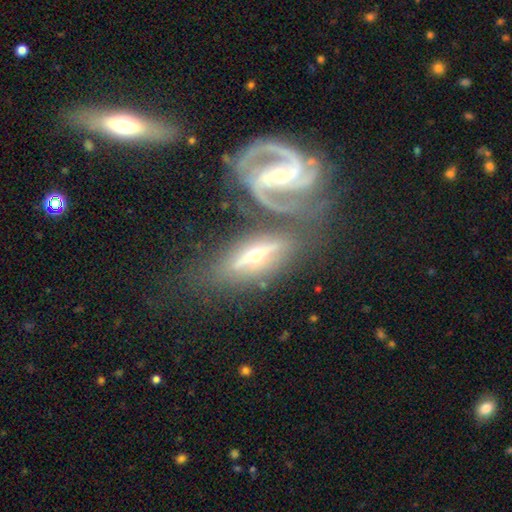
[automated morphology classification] Smooth or featured: featured or disk — 76% (smooth — 17%)
Edge-on disk: no — 78% (yes — 22%)
Bar: strong — 37% (weak — 34%)
Spiral arms: yes — 91% (no — 9%)
Spiral winding: medium — 46% (tight — 38%)
Spiral arm count: 2 — 68% (3 — 15%)
Bulge size: small — 49% (moderate — 45%)
Merging: none — 48% (merger — 30%)